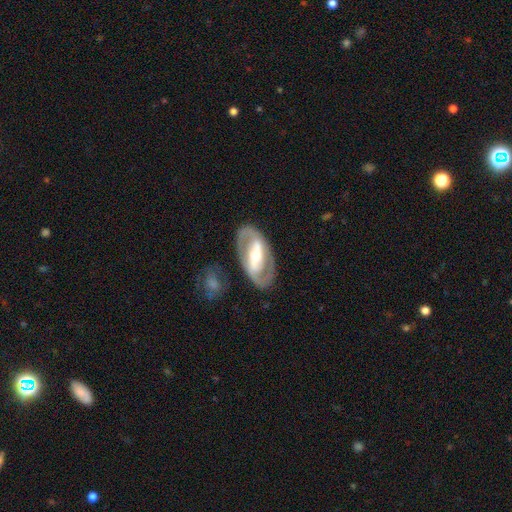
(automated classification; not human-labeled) A featured or disk galaxy (82%) with a strong bar (57%), 2 (86%) medium (45%) spiral arms (74%) and a moderate central bulge (66%).

Vote fractions:
- Smooth or featured? featured or disk: 82% / smooth: 14% / star or artifact: 4%
- Edge-on disk? no: 93% / yes: 7%
- Bar? strong: 57% / weak: 26% / no: 17%
- Spiral arms? yes: 74% / no: 26%
- Spiral winding? medium: 45% / tight: 37% / loose: 18%
- Spiral arm count? 2: 86% / can't tell: 9% / 1: 3% / 3: 1% / 4: 1% / more than 4: 1%
- Bulge size? moderate: 66% / small: 21% / large: 10% / dominant: 1% / none: 1%
- Merging? none: 82% / minor disturbance: 11% / major disturbance: 5% / merger: 2%